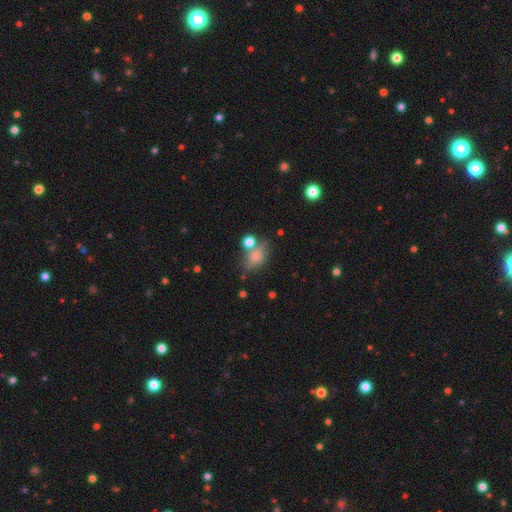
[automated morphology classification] Smooth or featured: smooth — 67% (featured or disk — 19%)
How rounded: in between — 65% (round — 30%)
Merging: none — 52% (minor disturbance — 20%)